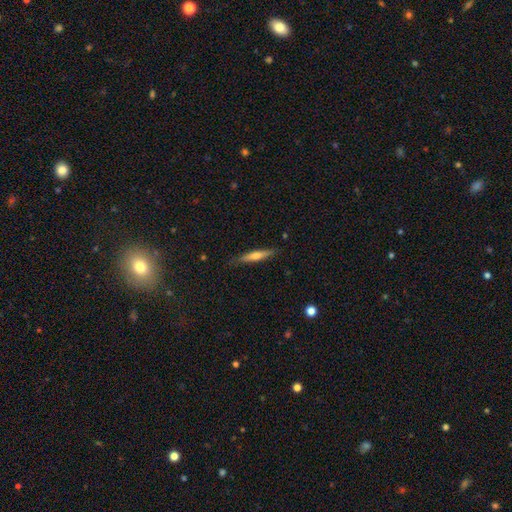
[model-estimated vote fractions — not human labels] Q: Smooth or featured?
A: featured or disk (48%); runner-up: smooth (46%)
Q: Merging?
A: none (84%); runner-up: minor disturbance (13%)